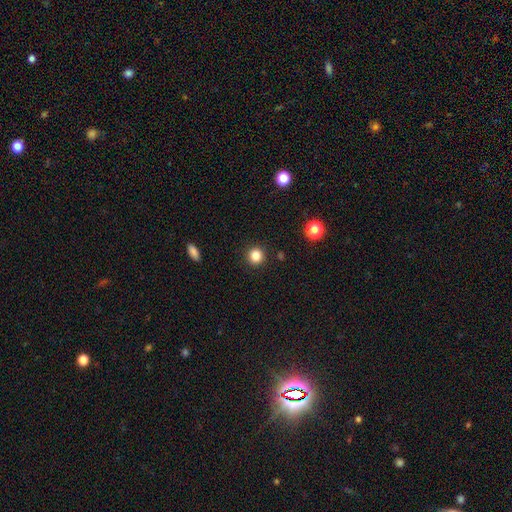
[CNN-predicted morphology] smooth 84%, star or artifact 12%, featured or disk 4%. Down the decision tree: how rounded — round (93%); merging — none (92%).